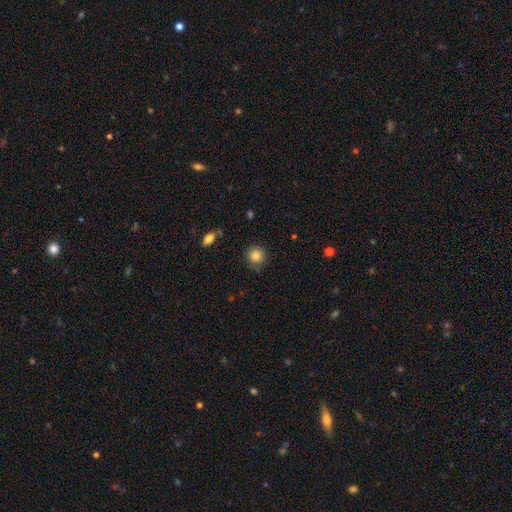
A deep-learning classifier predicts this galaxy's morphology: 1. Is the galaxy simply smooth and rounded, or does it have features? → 85% smooth, 10% star or artifact, 6% featured or disk.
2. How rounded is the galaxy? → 91% round, 8% in between, 1% cigar-shaped.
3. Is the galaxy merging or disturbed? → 78% none, 16% minor disturbance, 4% major disturbance, 2% merger.